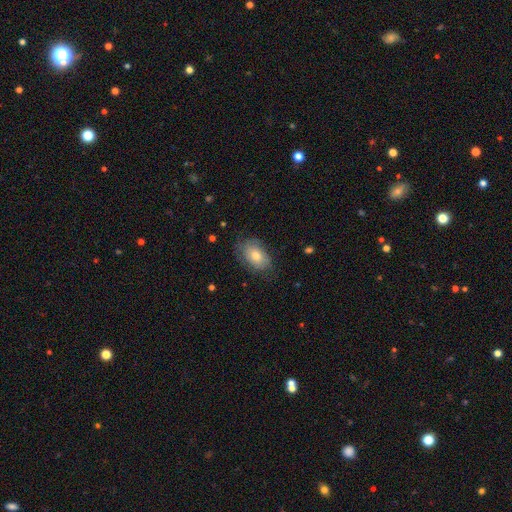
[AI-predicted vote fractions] Smooth or featured?
  - smooth: 66% *
  - featured or disk: 26%
  - star or artifact: 8%
How rounded?
  - in between: 87% *
  - round: 12%
  - cigar-shaped: 1%
Merging?
  - none: 70% *
  - minor disturbance: 22%
  - major disturbance: 7%
  - merger: 1%